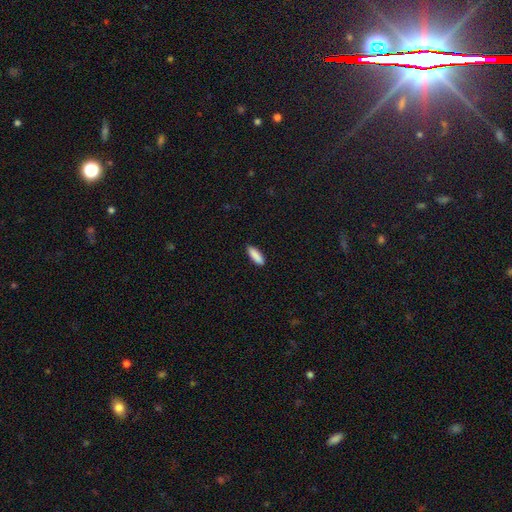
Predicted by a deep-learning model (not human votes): A smooth galaxy with no disk features (90%) that is in between round and cigar-shaped (59%).

Vote fractions:
- Smooth or featured? smooth: 90% / star or artifact: 6% / featured or disk: 4%
- How rounded? in between: 59% / cigar-shaped: 39% / round: 2%
- Merging? none: 89% / minor disturbance: 8% / major disturbance: 2% / merger: 1%